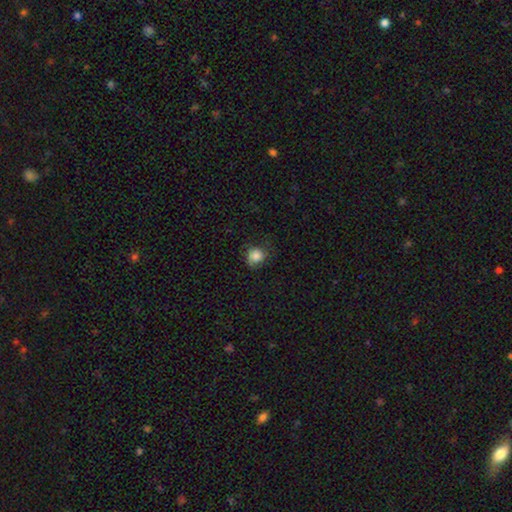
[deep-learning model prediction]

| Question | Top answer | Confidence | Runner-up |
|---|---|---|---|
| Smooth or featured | smooth | 80% | featured or disk (11%) |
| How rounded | round | 77% | in between (22%) |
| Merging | none | 65% | minor disturbance (24%) |